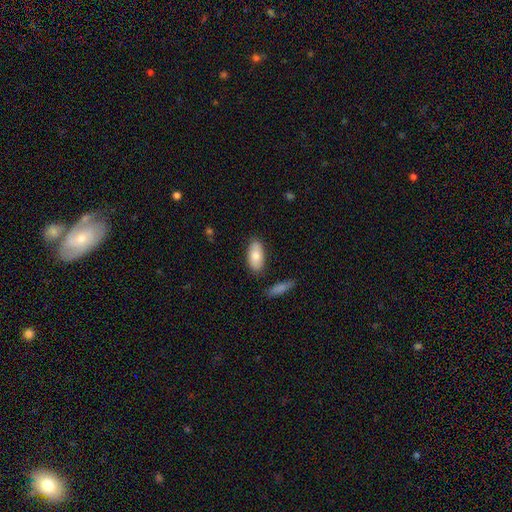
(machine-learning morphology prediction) Overall: smooth (79%). How rounded: in between (92%). Merging: none (83%).